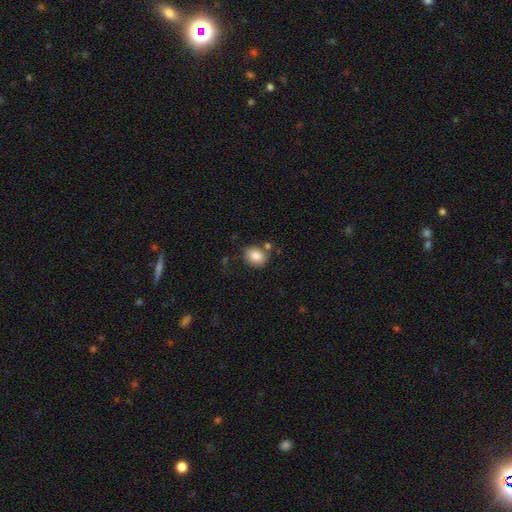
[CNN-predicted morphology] Smooth or featured?
  - smooth: 84% *
  - star or artifact: 8%
  - featured or disk: 8%
How rounded?
  - in between: 50% *
  - round: 49%
  - cigar-shaped: 1%
Merging?
  - none: 70% *
  - minor disturbance: 16%
  - merger: 9%
  - major disturbance: 5%